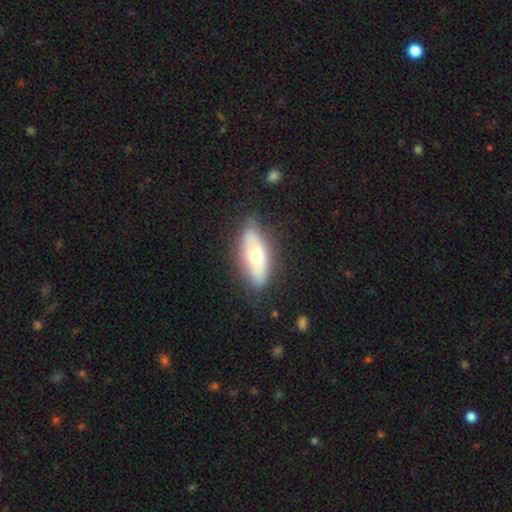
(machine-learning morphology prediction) The model was most divided on "smooth or featured": smooth: 48%, featured or disk: 46%, star or artifact: 6%. More confident: merging — none (77%).